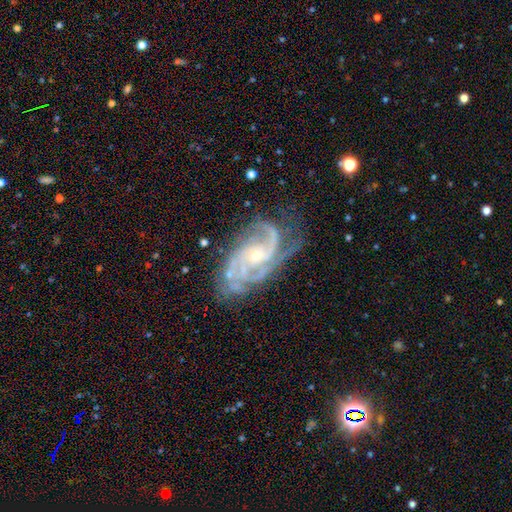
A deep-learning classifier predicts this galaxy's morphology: smooth-or-featured: featured or disk: 91% | star or artifact: 5% | smooth: 4%
  disk-edge-on: no: 97% | yes: 3%
    bar: no: 66% | weak: 26% | strong: 7%
    has-spiral-arms: yes: 98% | no: 2%
      spiral-winding: tight: 52% | medium: 41% | loose: 7%
      spiral-arm-count: 3: 37% | 2: 21% | 4: 17% | can't tell: 13% | more than 4: 7% | 1: 6%
    bulge-size: small: 71% | moderate: 25% | none: 2% | large: 1% | dominant: 1%
  merging: none: 66% | minor disturbance: 22% | major disturbance: 11% | merger: 2%